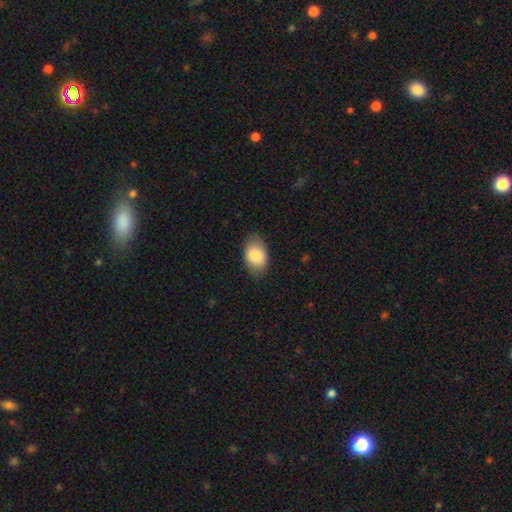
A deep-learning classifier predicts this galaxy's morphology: smooth_or_featured: smooth (p=0.85) [alt: featured or disk p=0.09]
how_rounded: in between (p=0.87) [alt: round p=0.12]
merging: none (p=0.80) [alt: minor disturbance p=0.16]